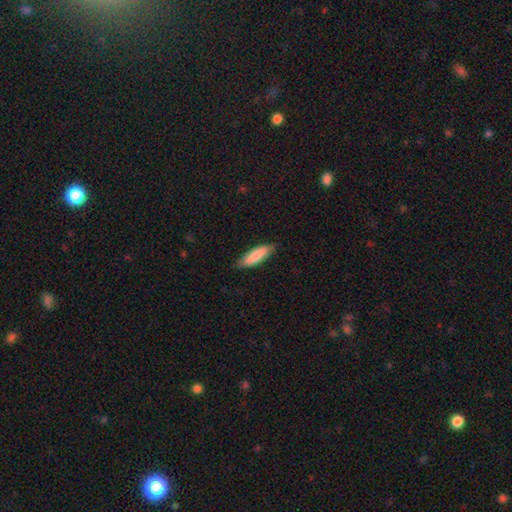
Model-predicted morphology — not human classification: Smooth or featured? smooth (83%)
How rounded? cigar-shaped (54%)
Merging? none (82%)